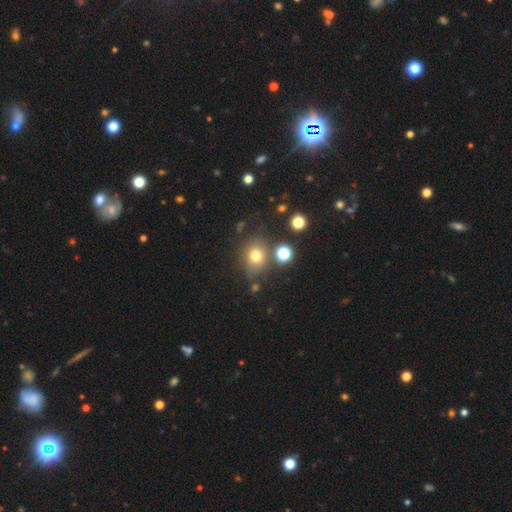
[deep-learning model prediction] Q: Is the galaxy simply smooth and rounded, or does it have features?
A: smooth — 73%.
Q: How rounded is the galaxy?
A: round — 68%.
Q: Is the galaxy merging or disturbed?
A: none — 73%.